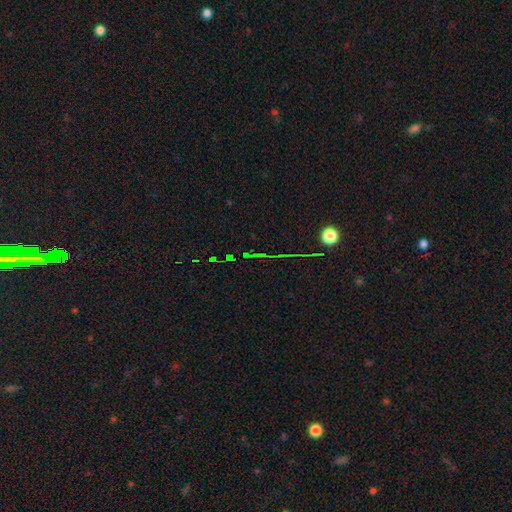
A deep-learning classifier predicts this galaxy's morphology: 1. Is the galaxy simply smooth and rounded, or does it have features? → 73% star or artifact, 15% featured or disk, 12% smooth.